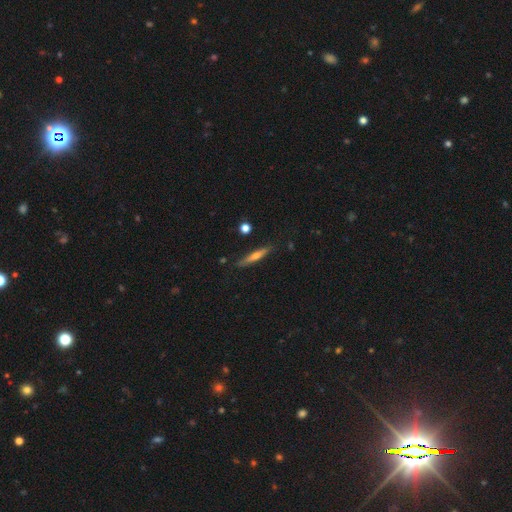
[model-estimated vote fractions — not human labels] The model was most divided on "smooth or featured": featured or disk: 54%, smooth: 39%, star or artifact: 7%. More confident: edge-on disk — yes (95%); merging — none (86%); edge-on bulge — rounded (78%).